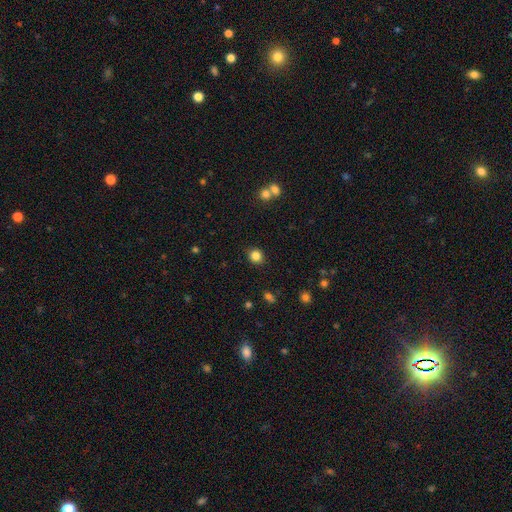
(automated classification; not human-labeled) Smooth or featured: smooth — 84% (star or artifact — 11%)
How rounded: round — 86% (in between — 14%)
Merging: none — 90% (minor disturbance — 6%)